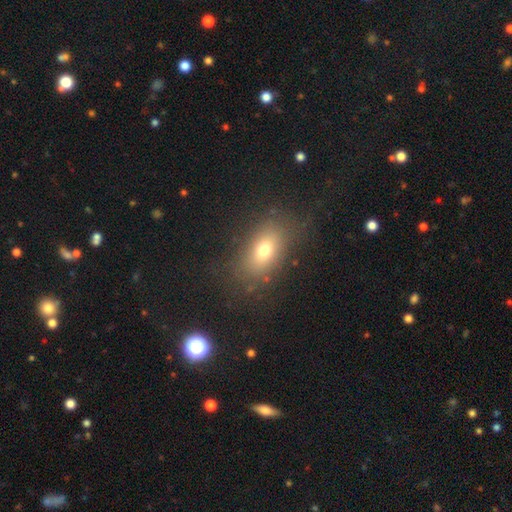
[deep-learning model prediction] The model was most divided on "smooth or featured": smooth: 65%, star or artifact: 20%, featured or disk: 15%. More confident: merging — none (80%); how rounded — in between (78%).